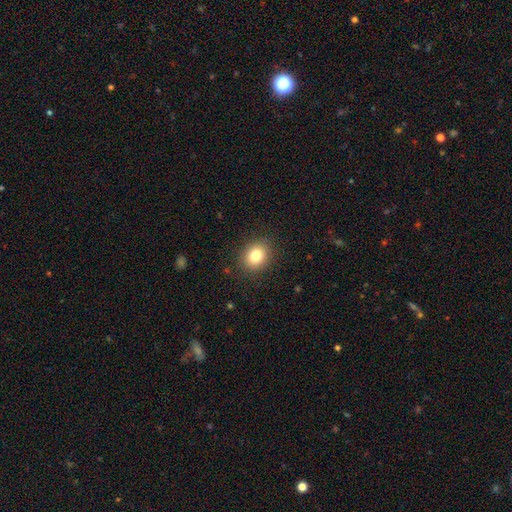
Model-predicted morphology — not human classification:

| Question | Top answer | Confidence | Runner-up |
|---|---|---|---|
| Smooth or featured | smooth | 81% | star or artifact (11%) |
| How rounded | round | 58% | in between (41%) |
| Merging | none | 88% | minor disturbance (8%) |